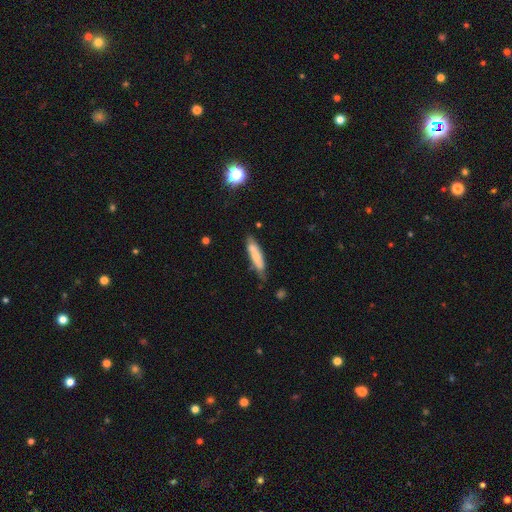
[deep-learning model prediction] Q: Smooth or featured?
A: smooth (68%); runner-up: featured or disk (26%)
Q: How rounded?
A: cigar-shaped (79%); runner-up: in between (20%)
Q: Merging?
A: none (57%); runner-up: minor disturbance (30%)